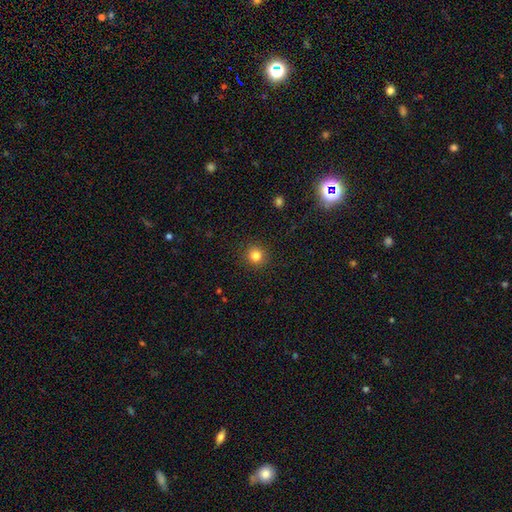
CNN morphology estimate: A smooth galaxy with no disk features (82%) that is round (93%).

Vote fractions:
- Smooth or featured? smooth: 82% / star or artifact: 12% / featured or disk: 5%
- How rounded? round: 93% / in between: 6% / cigar-shaped: 1%
- Merging? none: 91% / minor disturbance: 6% / major disturbance: 2% / merger: 1%